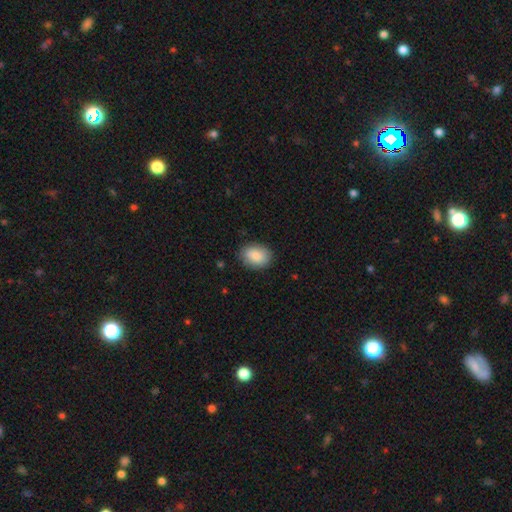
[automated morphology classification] This appears to be a smooth galaxy with no disk features (87%) that is in between round and cigar-shaped (73%). Merging: none (84%).